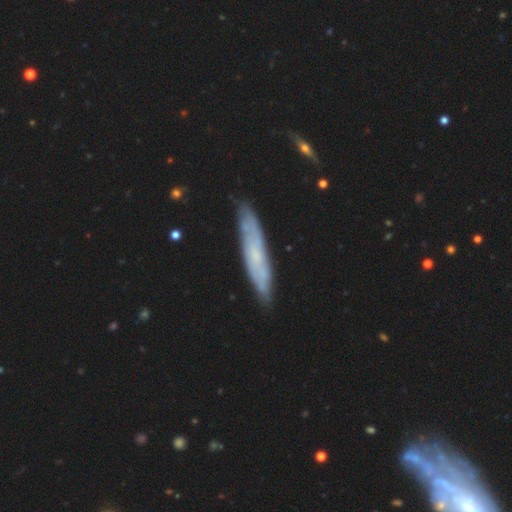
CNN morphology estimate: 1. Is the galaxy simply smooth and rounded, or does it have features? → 58% featured or disk, 35% smooth, 7% star or artifact.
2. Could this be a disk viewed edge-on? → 55% yes, 45% no.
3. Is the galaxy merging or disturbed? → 83% none, 13% minor disturbance, 2% major disturbance, 2% merger.